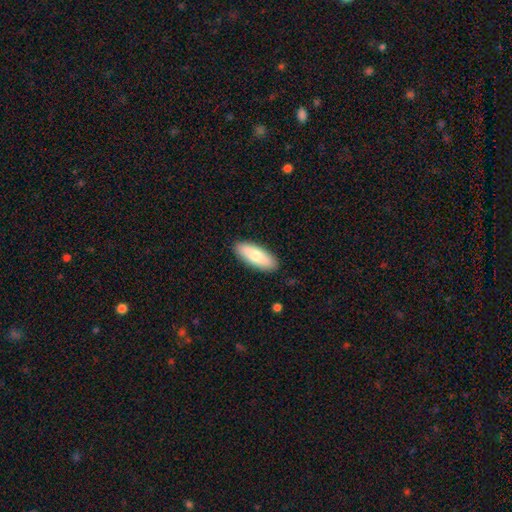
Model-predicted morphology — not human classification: The model was most divided on "how rounded": in between: 70%, cigar-shaped: 28%, round: 2%. More confident: merging — none (89%); smooth or featured — smooth (77%).